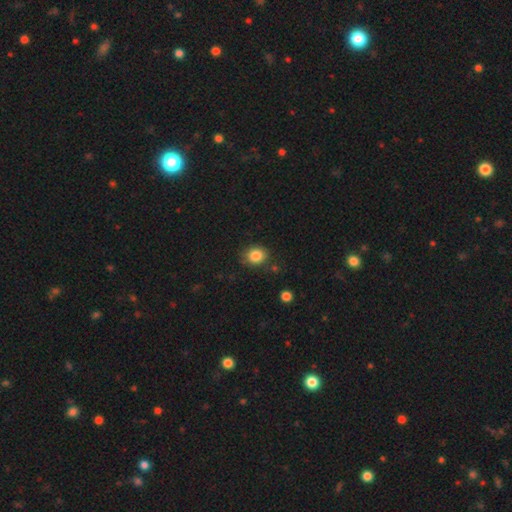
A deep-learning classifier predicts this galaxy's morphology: Smooth or featured? smooth (85%)
How rounded? round (68%)
Merging? none (80%)